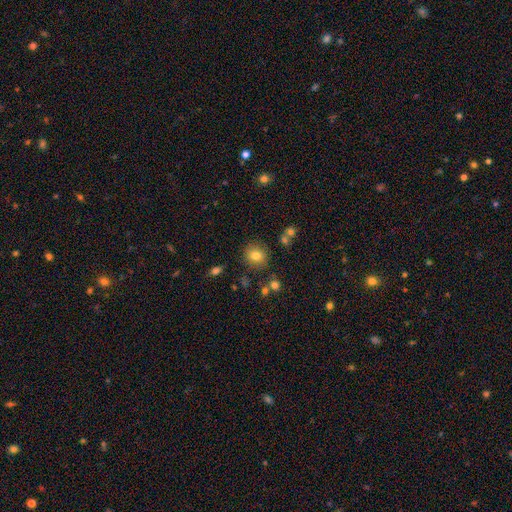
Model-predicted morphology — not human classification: The model was most divided on "how rounded": round: 79%, in between: 20%, cigar-shaped: 1%. More confident: merging — none (83%); smooth or featured — smooth (78%).